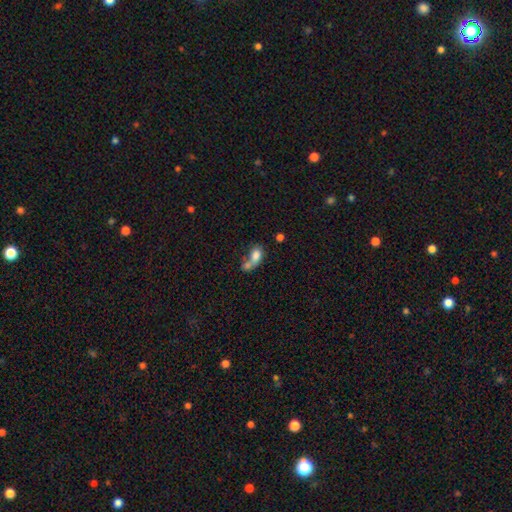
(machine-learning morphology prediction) Smooth or featured?
  - smooth: 76% *
  - featured or disk: 15%
  - star or artifact: 9%
How rounded?
  - in between: 77% *
  - round: 19%
  - cigar-shaped: 4%
Merging?
  - merger: 63% *
  - none: 19%
  - major disturbance: 9%
  - minor disturbance: 9%